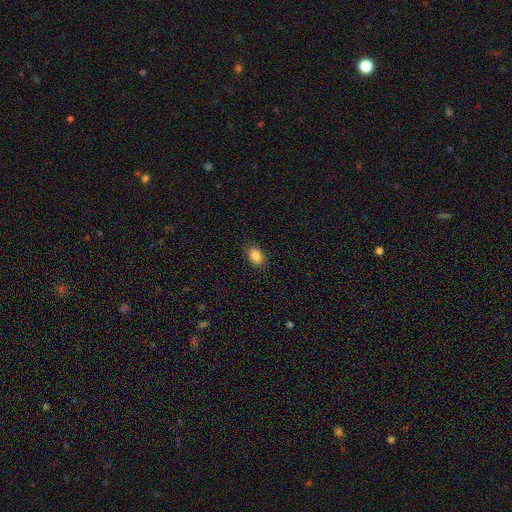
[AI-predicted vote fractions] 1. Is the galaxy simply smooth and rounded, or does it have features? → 86% smooth, 9% star or artifact, 5% featured or disk.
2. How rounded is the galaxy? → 75% in between, 24% round, 1% cigar-shaped.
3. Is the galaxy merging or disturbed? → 85% none, 12% minor disturbance, 2% major disturbance, 1% merger.